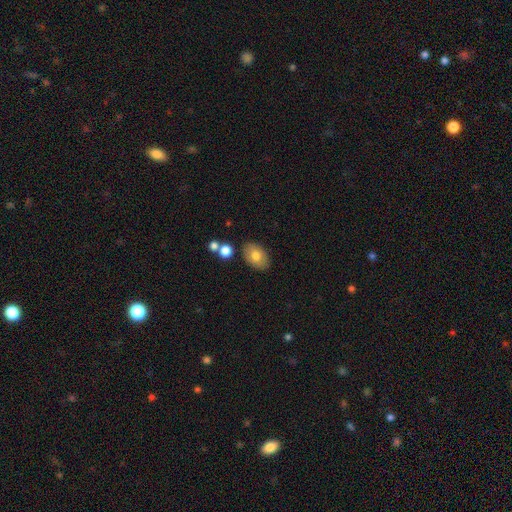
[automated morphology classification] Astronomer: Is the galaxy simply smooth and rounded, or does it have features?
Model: smooth — 76%.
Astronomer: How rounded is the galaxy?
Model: in between — 87%.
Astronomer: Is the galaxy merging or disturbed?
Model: none — 81%.